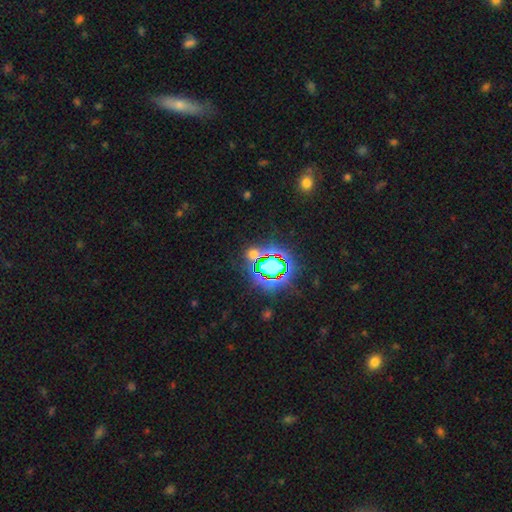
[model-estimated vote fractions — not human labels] smooth-or-featured: star or artifact: 75% | smooth: 16% | featured or disk: 9%